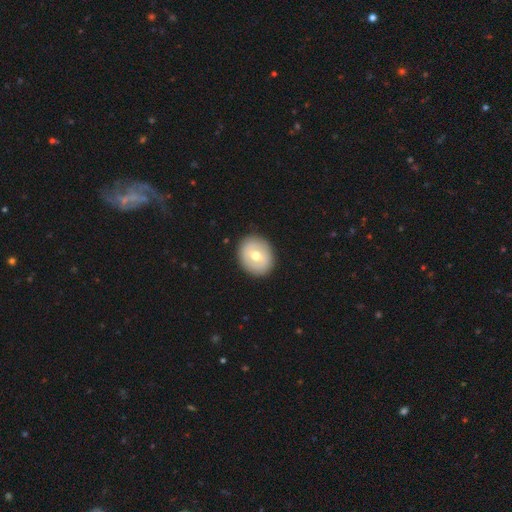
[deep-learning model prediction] Morphology: type=smooth (55%); roundness=round (68%); merging=none (89%).